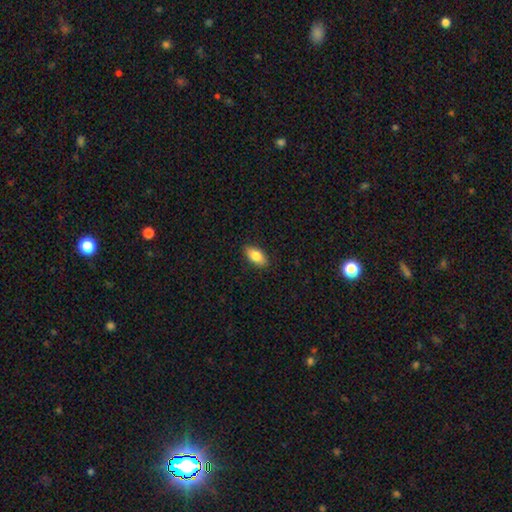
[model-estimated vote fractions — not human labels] Overall: smooth (83%). How rounded: in between (91%). Merging: none (89%).